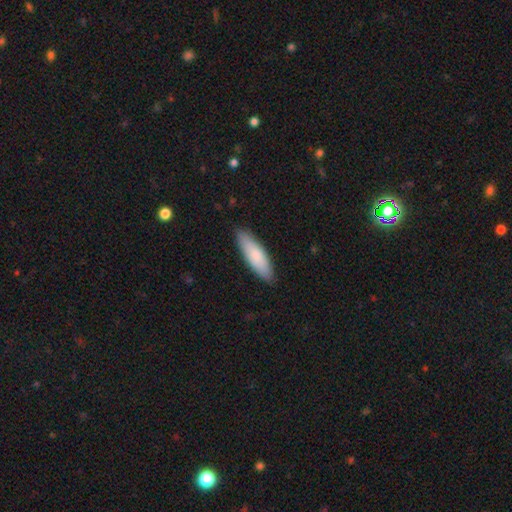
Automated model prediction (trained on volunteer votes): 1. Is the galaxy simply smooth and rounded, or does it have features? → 82% smooth, 14% featured or disk, 5% star or artifact.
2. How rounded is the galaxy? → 53% cigar-shaped, 46% in between, 1% round.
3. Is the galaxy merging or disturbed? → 87% none, 10% minor disturbance, 2% major disturbance, 1% merger.